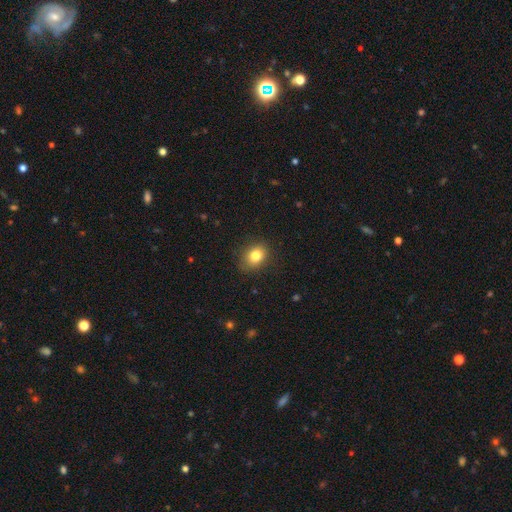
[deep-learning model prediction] A smooth galaxy with no disk features (82%) that is in between round and cigar-shaped (53%). Merging: none (84%).